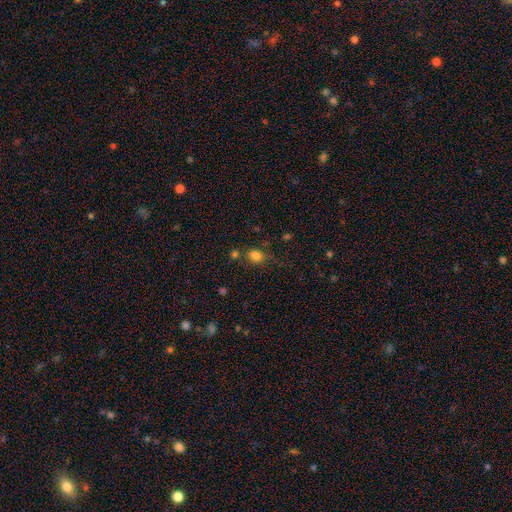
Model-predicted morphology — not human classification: type=smooth (79%); roundness=round (56%); merging=none (60%).